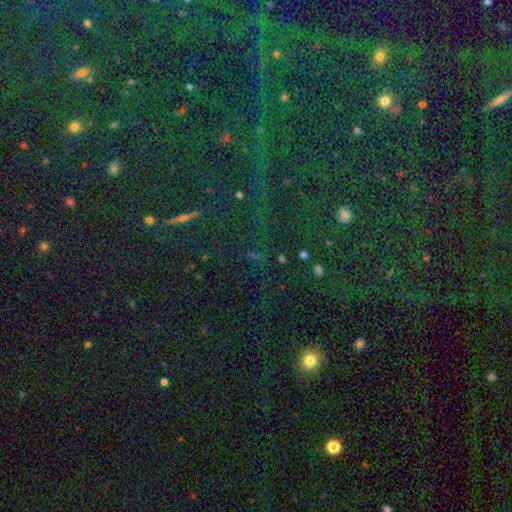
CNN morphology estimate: smooth-or-featured: star or artifact: 78% | smooth: 14% | featured or disk: 8%